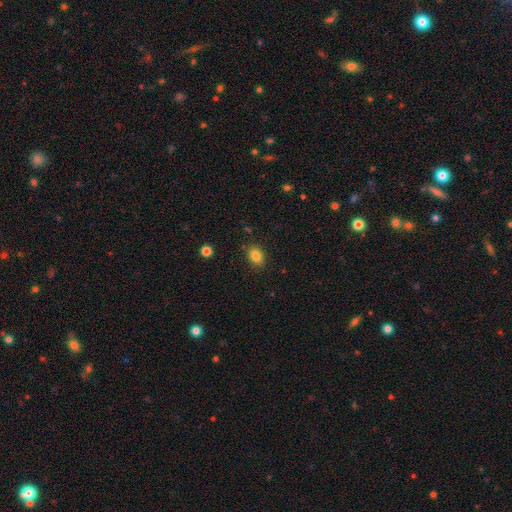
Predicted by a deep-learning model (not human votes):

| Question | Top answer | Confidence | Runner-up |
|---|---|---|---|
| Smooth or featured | smooth | 84% | star or artifact (10%) |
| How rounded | in between | 70% | round (28%) |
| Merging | none | 85% | minor disturbance (11%) |